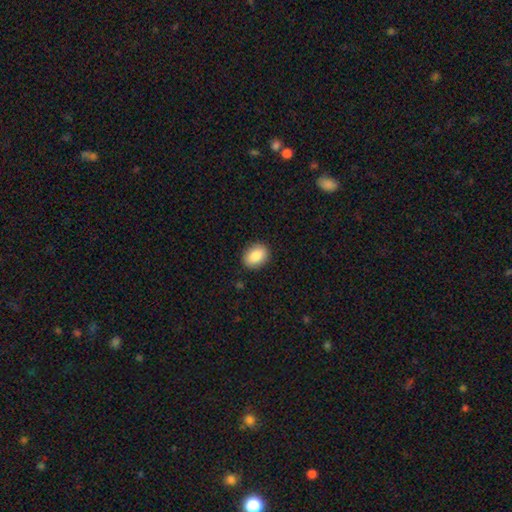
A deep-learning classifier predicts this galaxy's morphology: Smooth or featured: smooth — 85% (star or artifact — 7%)
How rounded: in between — 68% (round — 31%)
Merging: none — 89% (minor disturbance — 8%)